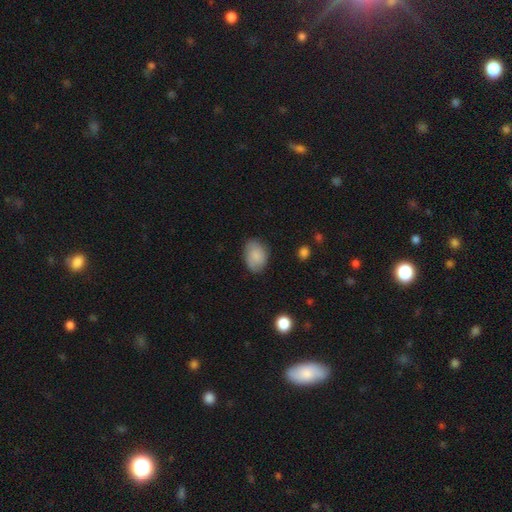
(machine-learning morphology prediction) The model was most divided on "merging": none: 76%, minor disturbance: 19%, major disturbance: 4%, merger: 1%. More confident: smooth or featured — smooth (81%); how rounded — in between (79%).